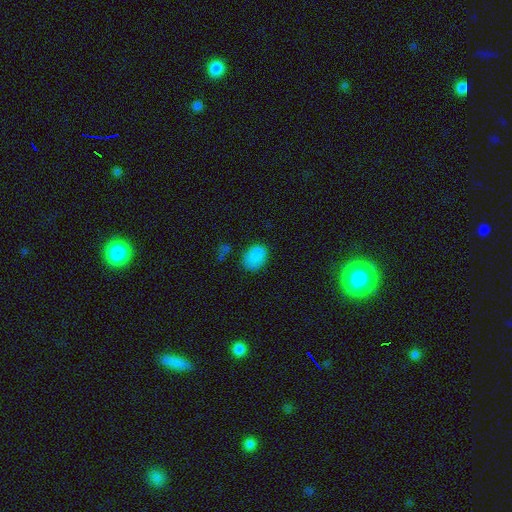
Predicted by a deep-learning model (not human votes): A smooth galaxy with no disk features (84%) that is in between round and cigar-shaped (71%). Merging: none (71%).